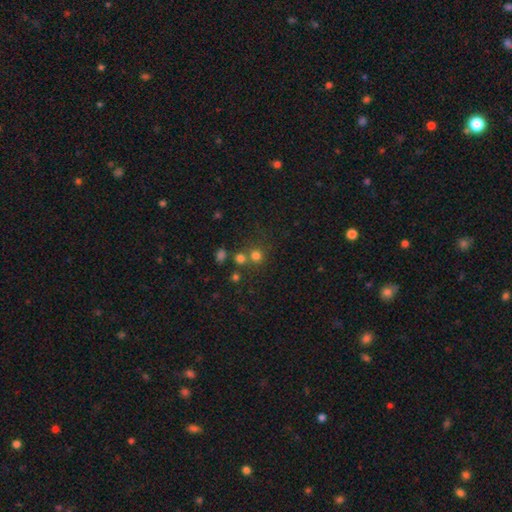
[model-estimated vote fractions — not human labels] Q: Smooth or featured?
A: smooth (73%); runner-up: star or artifact (19%)
Q: How rounded?
A: round (90%); runner-up: in between (9%)
Q: Merging?
A: none (64%); runner-up: merger (25%)